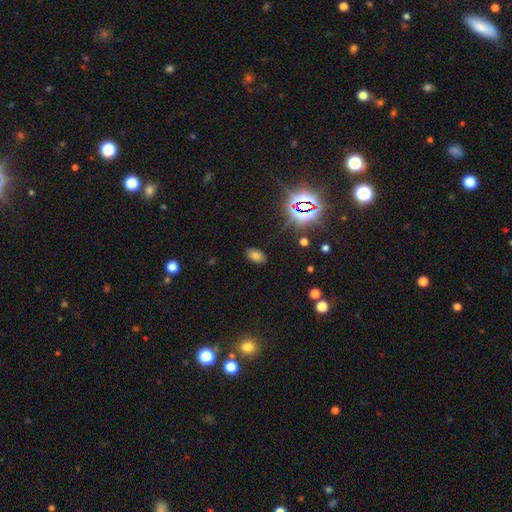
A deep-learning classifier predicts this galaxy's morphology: A smooth galaxy with no disk features (61%) that is in between round and cigar-shaped (90%).

Vote fractions:
- Smooth or featured? smooth: 61% / star or artifact: 30% / featured or disk: 9%
- How rounded? in between: 90% / round: 8% / cigar-shaped: 2%
- Merging? none: 86% / minor disturbance: 9% / major disturbance: 3% / merger: 1%